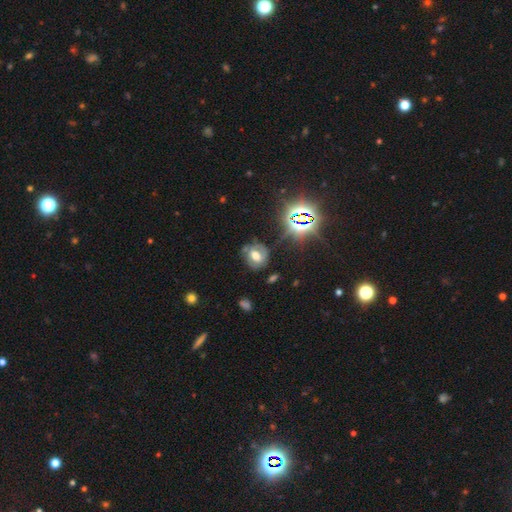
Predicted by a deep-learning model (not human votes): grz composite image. It shows a featured or disk galaxy (40%). Merging: none (63%).